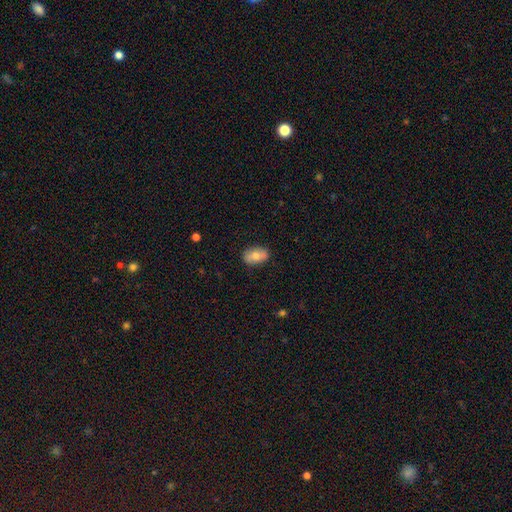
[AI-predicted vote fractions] smooth_or_featured: smooth (p=0.69) [alt: featured or disk p=0.24]
how_rounded: in between (p=0.88) [alt: round p=0.11]
merging: none (p=0.82) [alt: minor disturbance p=0.14]